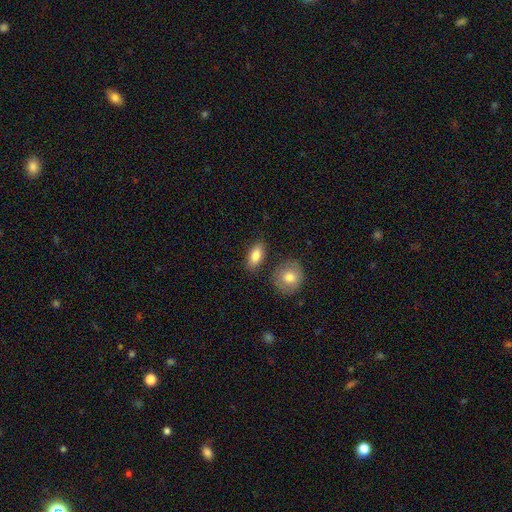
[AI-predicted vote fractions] This appears to be a smooth galaxy with no disk features (85%) that is in between round and cigar-shaped (87%). Merging: none (80%).